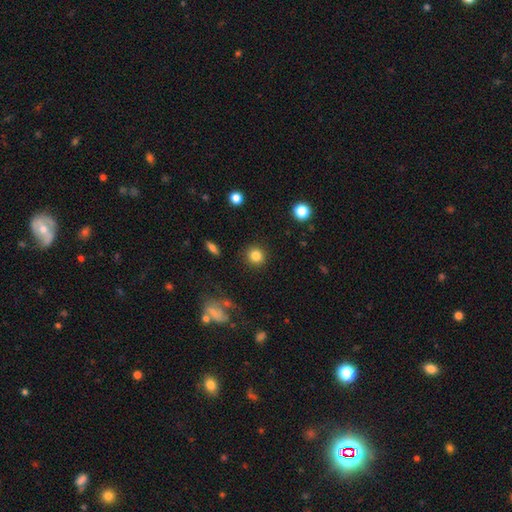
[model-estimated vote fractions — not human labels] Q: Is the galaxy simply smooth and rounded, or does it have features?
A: smooth — 84%.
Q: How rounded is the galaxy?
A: round — 90%.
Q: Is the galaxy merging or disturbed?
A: none — 90%.